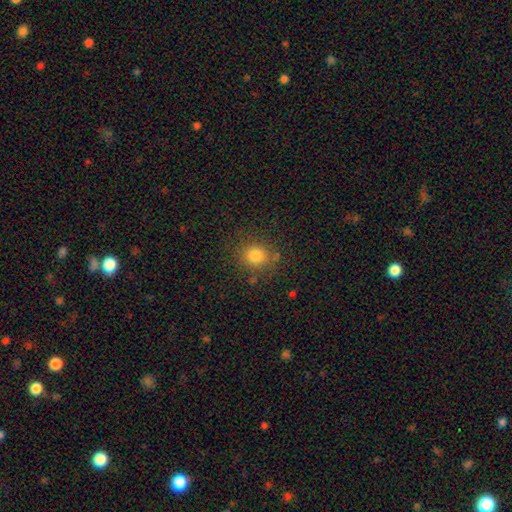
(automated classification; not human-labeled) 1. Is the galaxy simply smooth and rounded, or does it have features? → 80% smooth, 14% star or artifact, 7% featured or disk.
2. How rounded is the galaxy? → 83% round, 17% in between, 1% cigar-shaped.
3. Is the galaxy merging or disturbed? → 81% none, 11% minor disturbance, 4% major disturbance, 4% merger.